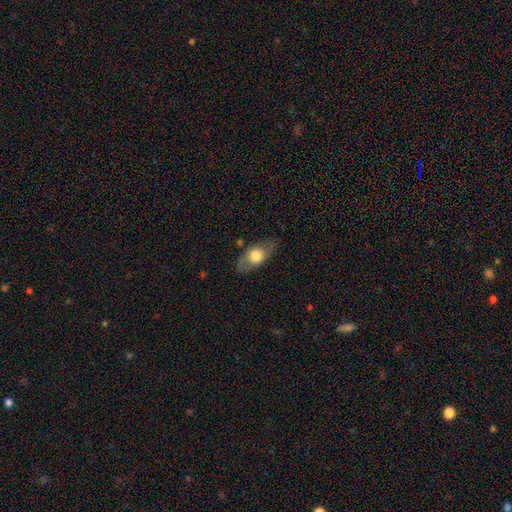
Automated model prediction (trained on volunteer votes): smooth-or-featured: smooth: 51% | featured or disk: 43% | star or artifact: 6%
  how-rounded: in between: 81% | round: 14% | cigar-shaped: 5%
  merging: none: 78% | minor disturbance: 15% | major disturbance: 6% | merger: 1%